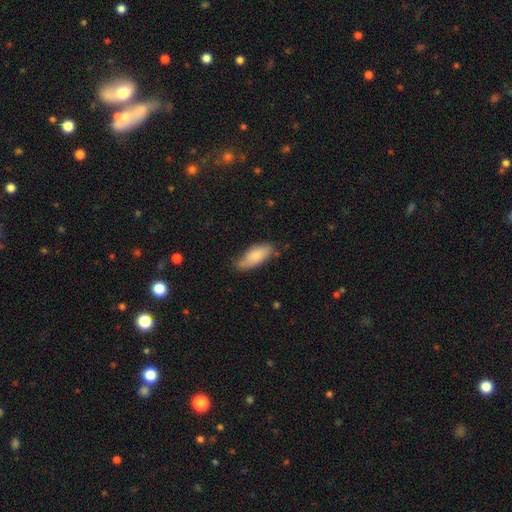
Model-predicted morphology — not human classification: smooth 78%, featured or disk 16%, star or artifact 6%. Down the decision tree: how rounded — in between (80%); merging — none (67%).